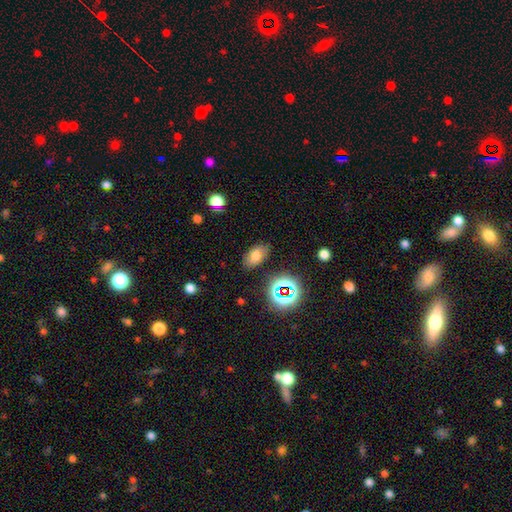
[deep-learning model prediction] The model was most divided on "smooth or featured": smooth: 70%, star or artifact: 17%, featured or disk: 13%. More confident: how rounded — in between (89%); merging — none (82%).